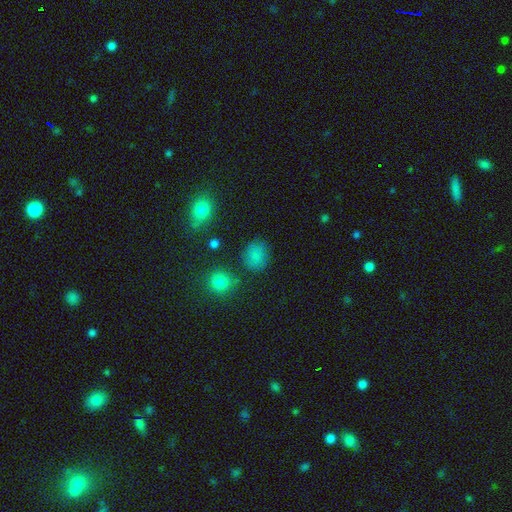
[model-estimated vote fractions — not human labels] Overall: smooth (82%). How rounded: round (72%). Merging: none (79%).